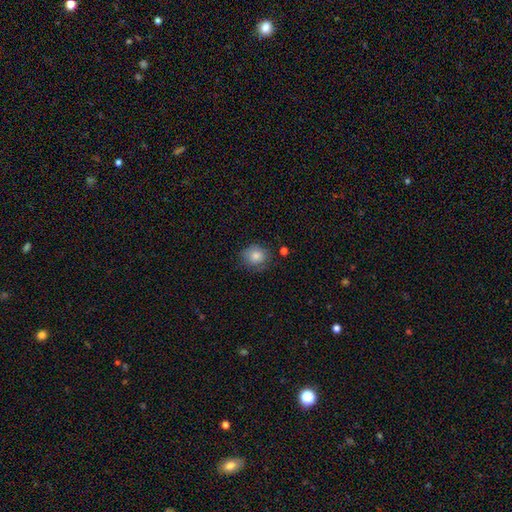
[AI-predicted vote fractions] Smooth or featured? Predicted: smooth (p=0.82). How rounded? Predicted: round (p=0.77). Merging? Predicted: none (p=0.77).